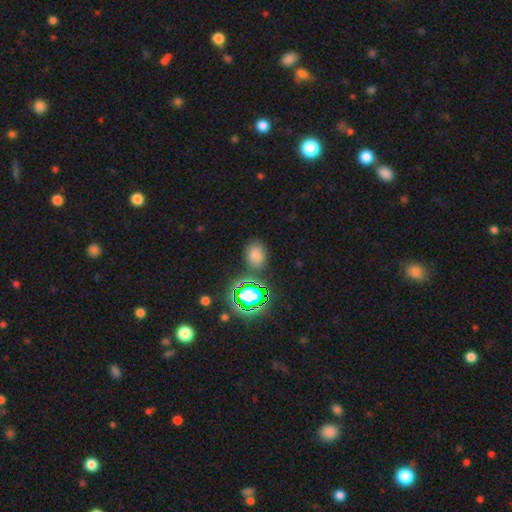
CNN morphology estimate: Smooth or featured? smooth (68%)
How rounded? in between (67%)
Merging? none (77%)